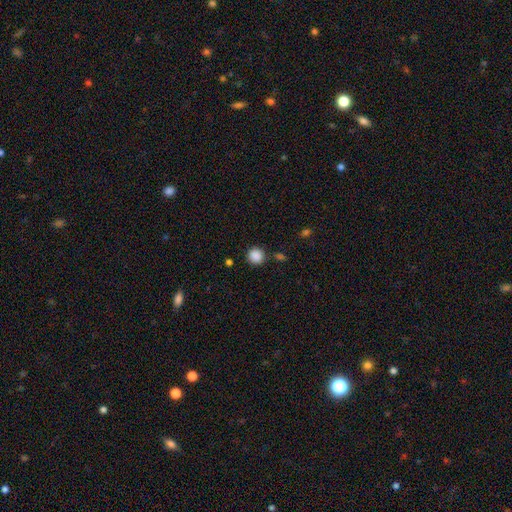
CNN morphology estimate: The model was most divided on "merging": none: 84%, minor disturbance: 9%, merger: 4%, major disturbance: 3%. More confident: how rounded — round (92%); smooth or featured — smooth (88%).